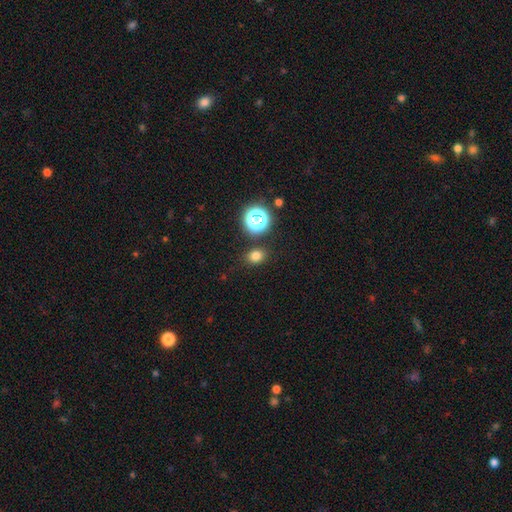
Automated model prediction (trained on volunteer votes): smooth-or-featured: smooth: 75% | star or artifact: 19% | featured or disk: 6%
  how-rounded: round: 50% | in between: 49% | cigar-shaped: 1%
  merging: none: 85% | minor disturbance: 9% | merger: 3% | major disturbance: 3%